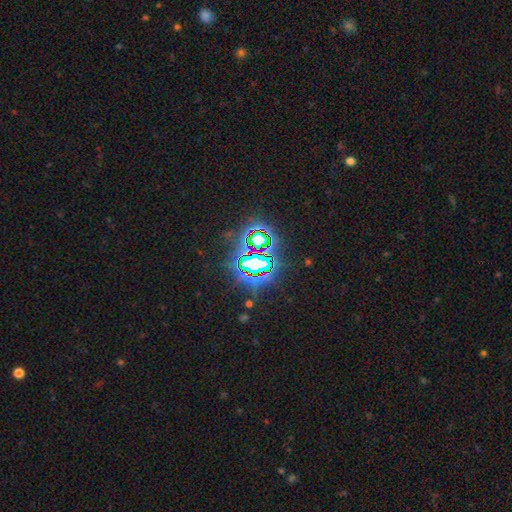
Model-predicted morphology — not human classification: Smooth or featured? Predicted: star or artifact (p=0.82).